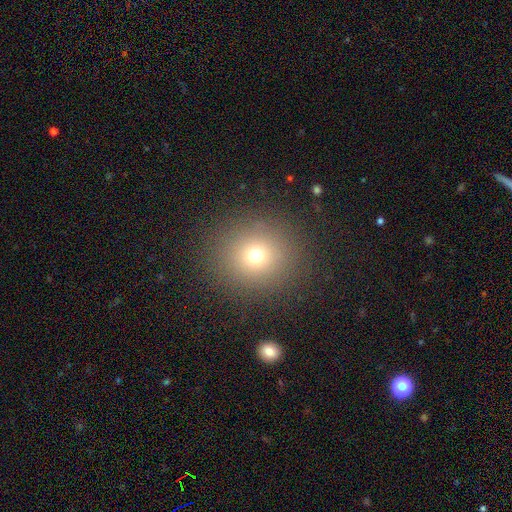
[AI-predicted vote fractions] A smooth galaxy with no disk features (71%) that is round (90%).

Vote fractions:
- Smooth or featured? smooth: 71% / star or artifact: 19% / featured or disk: 11%
- How rounded? round: 90% / in between: 9% / cigar-shaped: 1%
- Merging? none: 88% / minor disturbance: 6% / major disturbance: 4% / merger: 2%